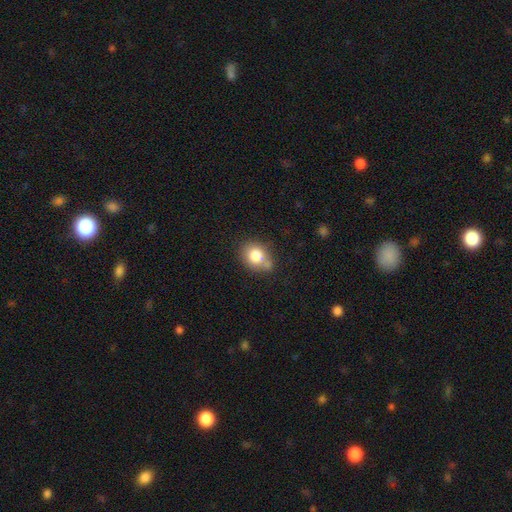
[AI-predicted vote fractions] Overall: smooth (79%). How rounded: round (54%; in between 45%). Merging: none (57%; minor disturbance 21%).